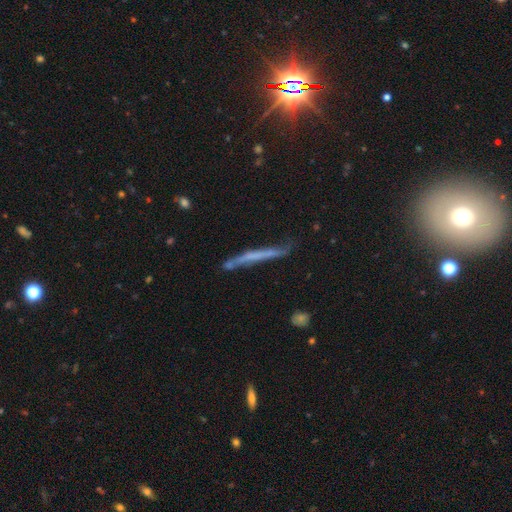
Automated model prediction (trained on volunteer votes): Smooth or featured? featured or disk (52%)
Edge-on disk? yes (87%)
Merging? none (65%)